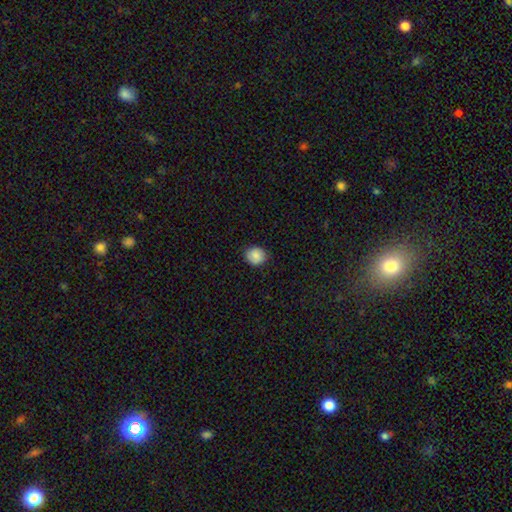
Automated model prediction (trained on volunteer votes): A smooth galaxy with no disk features (86%) that is round (82%). Merging: none (86%).